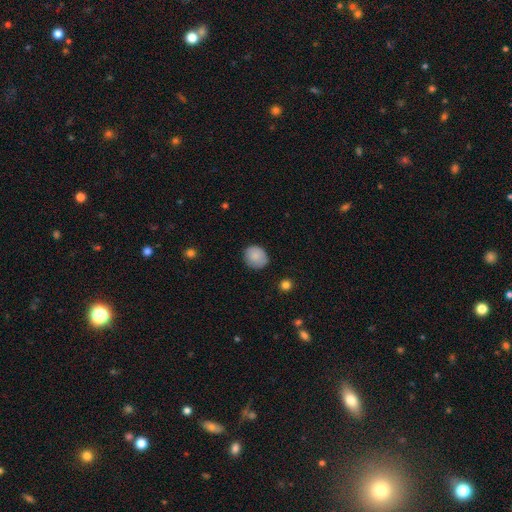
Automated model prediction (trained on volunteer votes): Q: Smooth or featured?
A: smooth (85%); runner-up: star or artifact (8%)
Q: How rounded?
A: round (78%); runner-up: in between (21%)
Q: Merging?
A: none (79%); runner-up: minor disturbance (16%)